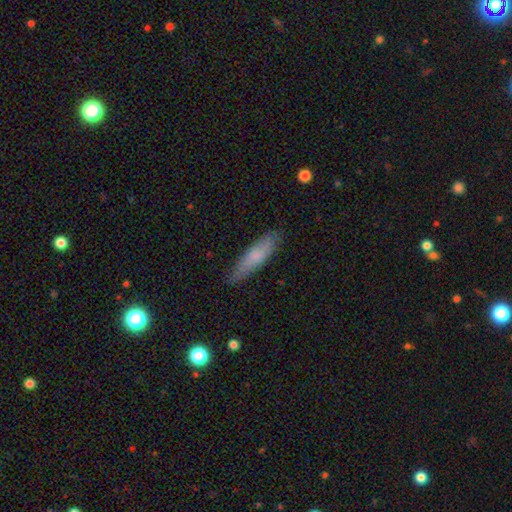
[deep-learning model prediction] smooth 74%, featured or disk 20%, star or artifact 6%. Down the decision tree: how rounded — cigar-shaped (72%); merging — none (79%).